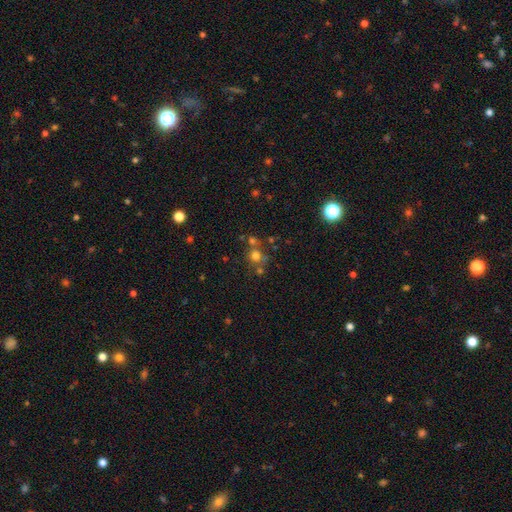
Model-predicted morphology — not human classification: smooth_or_featured: smooth (p=0.67) [alt: star or artifact p=0.21]
how_rounded: round (p=0.89) [alt: in between p=0.10]
merging: none (p=0.60) [alt: merger p=0.26]